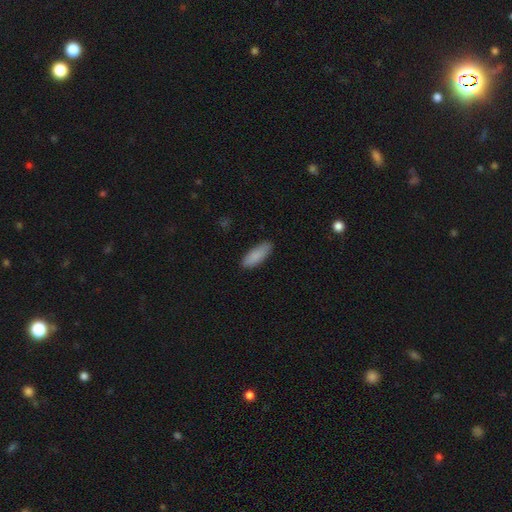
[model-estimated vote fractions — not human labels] Smooth or featured? Predicted: smooth (p=0.88). How rounded? Predicted: in between (p=0.63). Merging? Predicted: none (p=0.86).